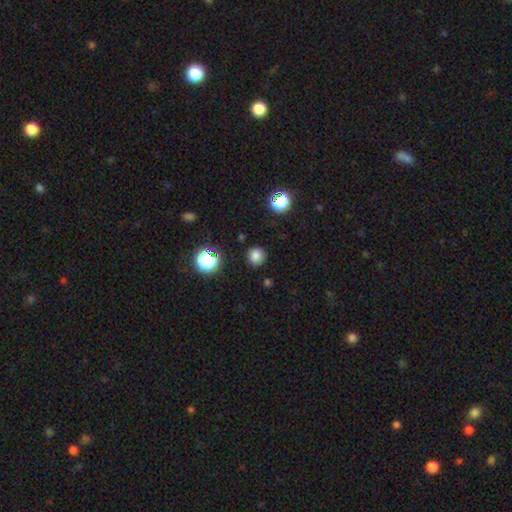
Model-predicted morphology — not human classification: A smooth galaxy with no disk features (79%) that is round (92%).

Vote fractions:
- Smooth or featured? smooth: 79% / star or artifact: 16% / featured or disk: 5%
- How rounded? round: 92% / in between: 7% / cigar-shaped: 1%
- Merging? none: 88% / minor disturbance: 8% / major disturbance: 3% / merger: 2%